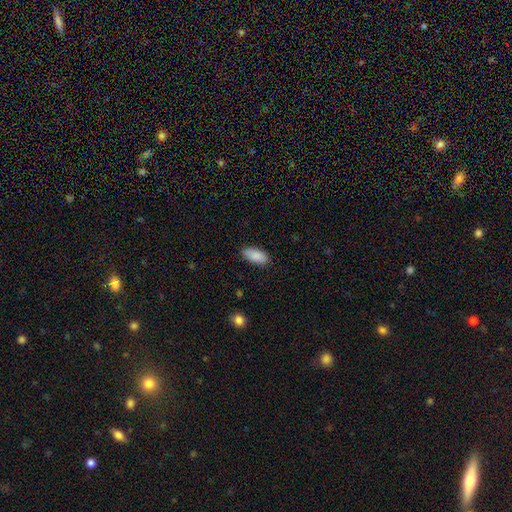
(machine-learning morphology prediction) The model was most divided on "merging": none: 84%, minor disturbance: 12%, major disturbance: 2%, merger: 1%. More confident: smooth or featured — smooth (90%); how rounded — in between (89%).